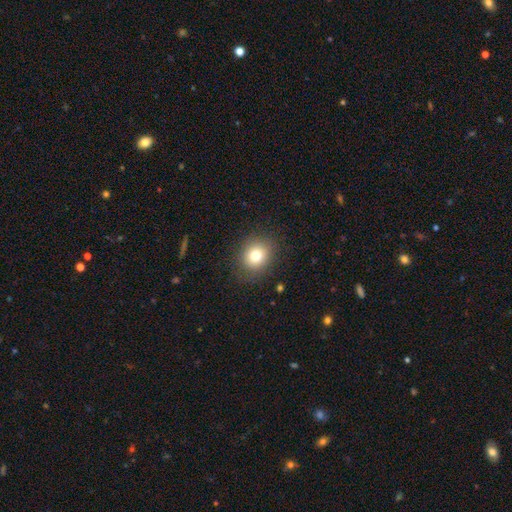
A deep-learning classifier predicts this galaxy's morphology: Q: Smooth or featured?
A: smooth (79%); runner-up: star or artifact (12%)
Q: How rounded?
A: round (72%); runner-up: in between (28%)
Q: Merging?
A: none (86%); runner-up: minor disturbance (9%)